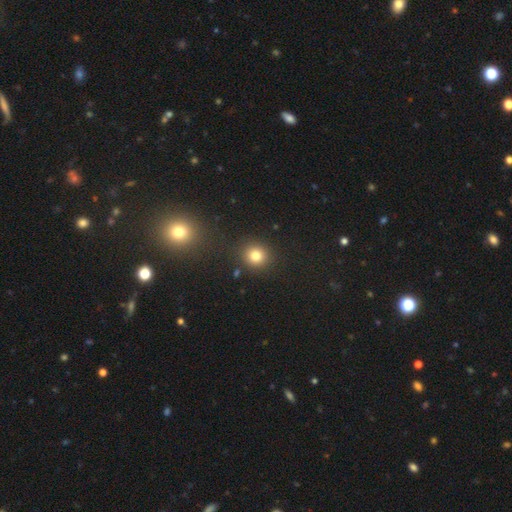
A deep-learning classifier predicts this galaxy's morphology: Smooth or featured?
  - smooth: 80% *
  - star or artifact: 14%
  - featured or disk: 6%
How rounded?
  - round: 88% *
  - in between: 11%
  - cigar-shaped: 1%
Merging?
  - none: 86% *
  - minor disturbance: 7%
  - merger: 4%
  - major disturbance: 3%